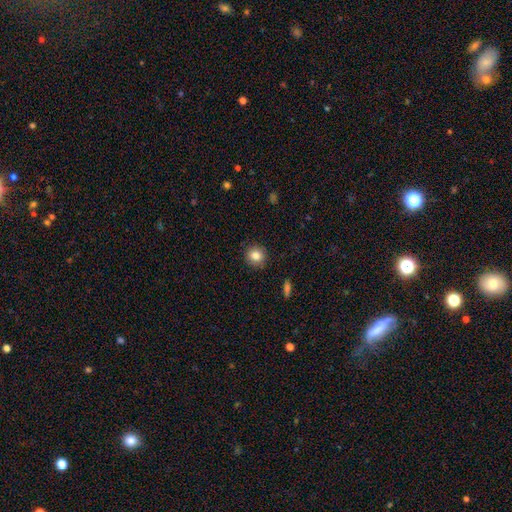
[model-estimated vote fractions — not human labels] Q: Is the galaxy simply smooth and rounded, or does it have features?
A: smooth — 83%.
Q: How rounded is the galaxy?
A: round — 91%.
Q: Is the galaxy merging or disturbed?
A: none — 90%.